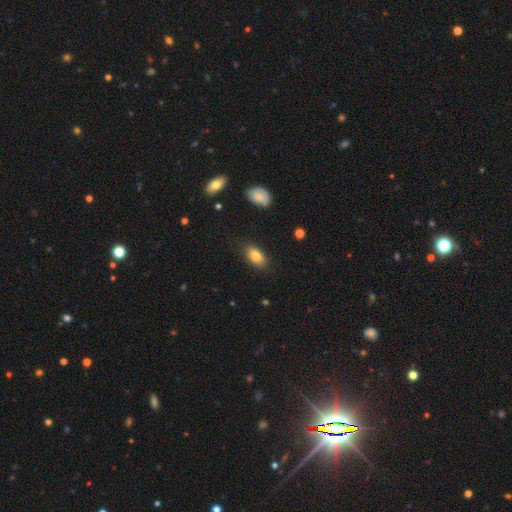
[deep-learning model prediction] Smooth or featured: smooth — 82% (featured or disk — 10%)
How rounded: in between — 90% (round — 7%)
Merging: none — 84% (minor disturbance — 12%)